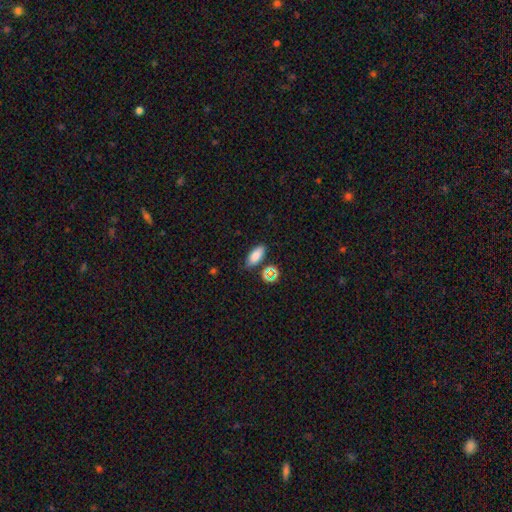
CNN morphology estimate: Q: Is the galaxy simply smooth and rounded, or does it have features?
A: smooth — 80%.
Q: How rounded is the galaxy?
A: in between — 80%.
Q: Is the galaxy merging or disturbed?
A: none — 76%.